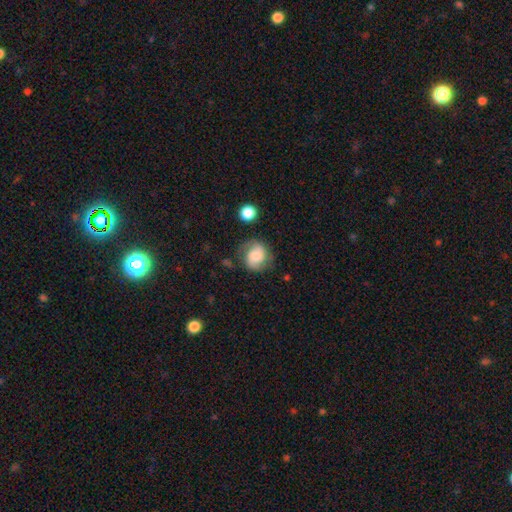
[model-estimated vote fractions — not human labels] A featured or disk galaxy (47%).

Vote fractions:
- Smooth or featured? featured or disk: 47% / smooth: 44% / star or artifact: 9%
- Merging? none: 64% / minor disturbance: 22% / major disturbance: 11% / merger: 3%